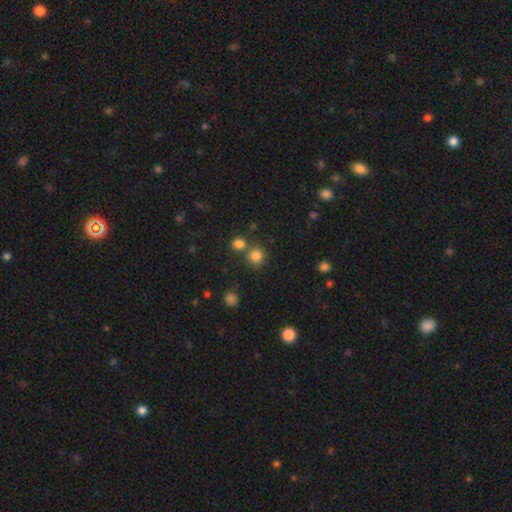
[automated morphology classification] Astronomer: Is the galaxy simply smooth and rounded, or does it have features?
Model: smooth — 80%.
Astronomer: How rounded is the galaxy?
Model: round — 89%.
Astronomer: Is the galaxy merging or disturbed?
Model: none — 69%.